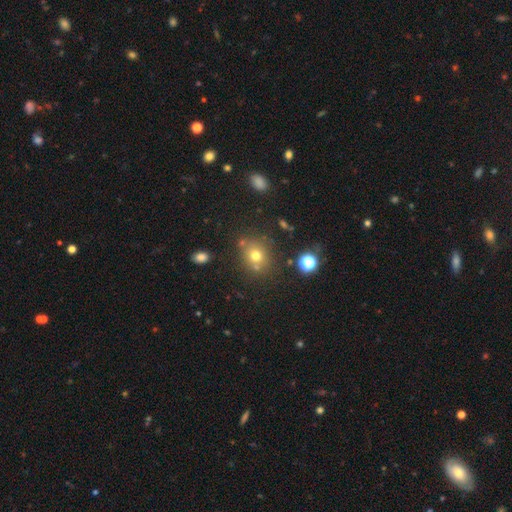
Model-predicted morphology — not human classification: A smooth galaxy with no disk features (70%) that is round (74%).

Vote fractions:
- Smooth or featured? smooth: 70% / star or artifact: 19% / featured or disk: 11%
- How rounded? round: 74% / in between: 25% / cigar-shaped: 1%
- Merging? none: 73% / minor disturbance: 12% / merger: 10% / major disturbance: 5%